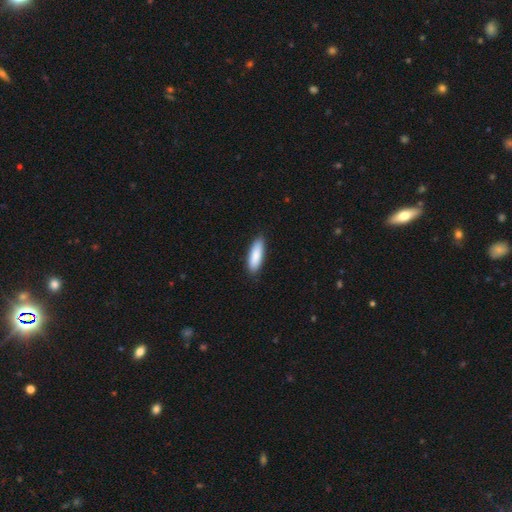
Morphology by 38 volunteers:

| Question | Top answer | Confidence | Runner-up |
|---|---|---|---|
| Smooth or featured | smooth | 95% | featured or disk (5%) |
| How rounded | cigar-shaped | 67% | in between (31%) |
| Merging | none | 87% | minor disturbance (8%) |